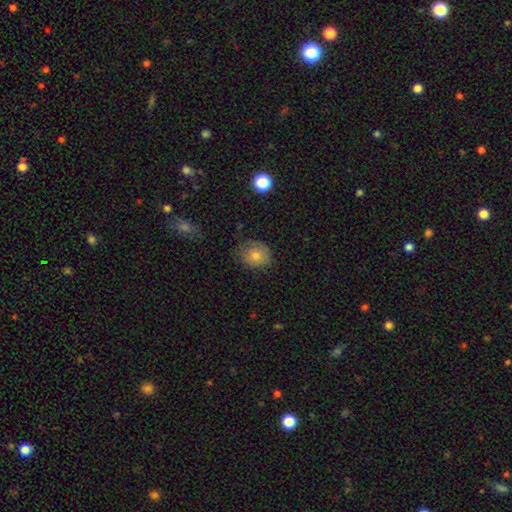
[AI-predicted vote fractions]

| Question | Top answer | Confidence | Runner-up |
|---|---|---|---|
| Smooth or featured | smooth | 77% | featured or disk (13%) |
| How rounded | round | 71% | in between (28%) |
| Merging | none | 75% | minor disturbance (19%) |